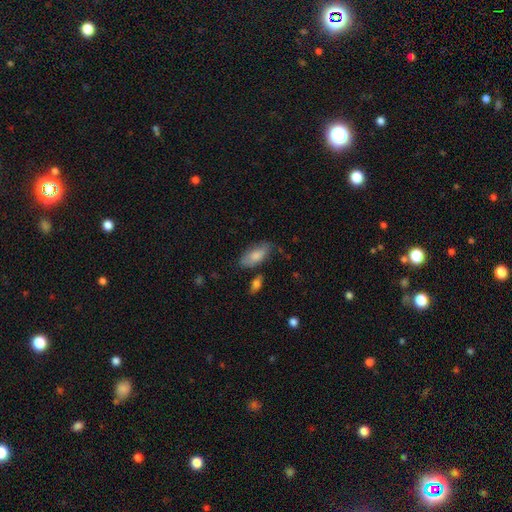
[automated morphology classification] Smooth or featured: smooth — 81% (featured or disk — 13%)
How rounded: in between — 87% (cigar-shaped — 11%)
Merging: none — 70% (minor disturbance — 20%)